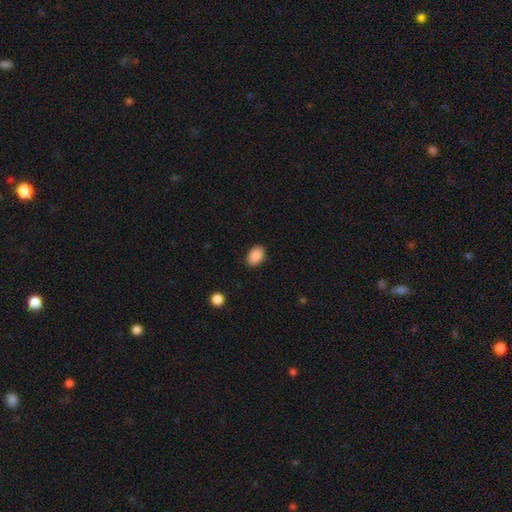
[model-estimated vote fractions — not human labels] smooth 90%, star or artifact 8%, featured or disk 3%. Down the decision tree: how rounded — in between (86%); merging — none (89%).